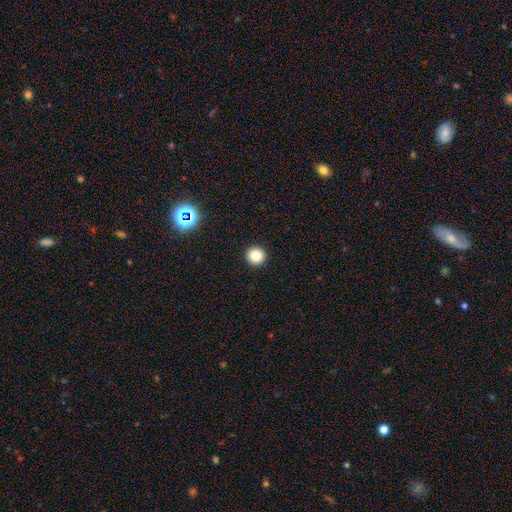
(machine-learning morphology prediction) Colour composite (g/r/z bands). It shows a smooth galaxy with no disk features (83%) that is round (96%). Merging: none (94%).